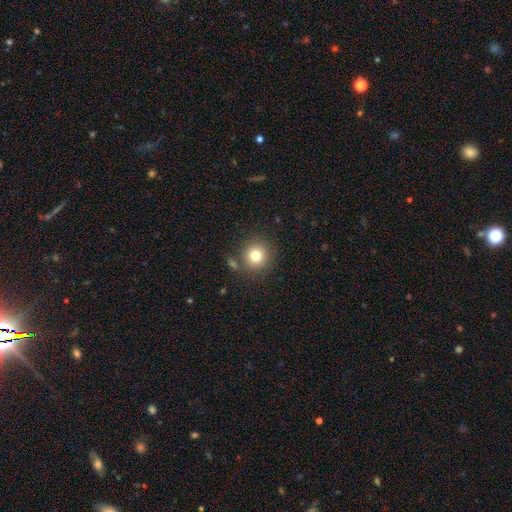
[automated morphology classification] Smooth or featured? Predicted: smooth (p=0.78). How rounded? Predicted: round (p=0.93). Merging? Predicted: none (p=0.81).